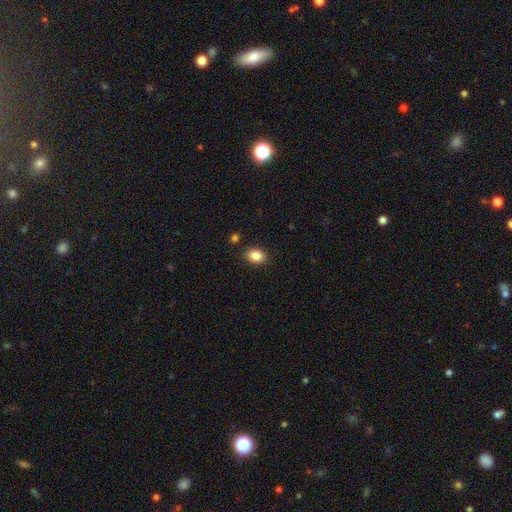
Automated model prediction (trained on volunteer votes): Overall: smooth (86%). How rounded: in between (68%; round 31%). Merging: none (87%).